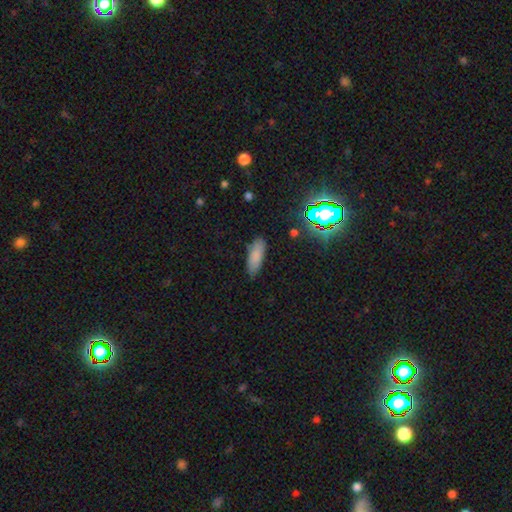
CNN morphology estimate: smooth 80%, star or artifact 11%, featured or disk 9%. Down the decision tree: how rounded — in between (65%); merging — none (83%).